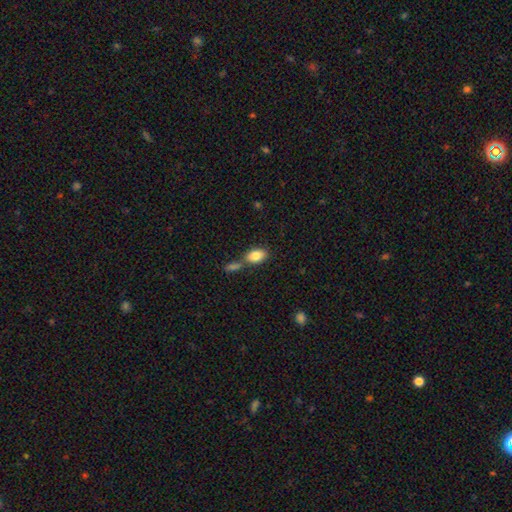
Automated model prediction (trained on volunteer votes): This is clearly a smooth galaxy (84%). How rounded: clearly in between (90%). Merging: possibly none (55%).